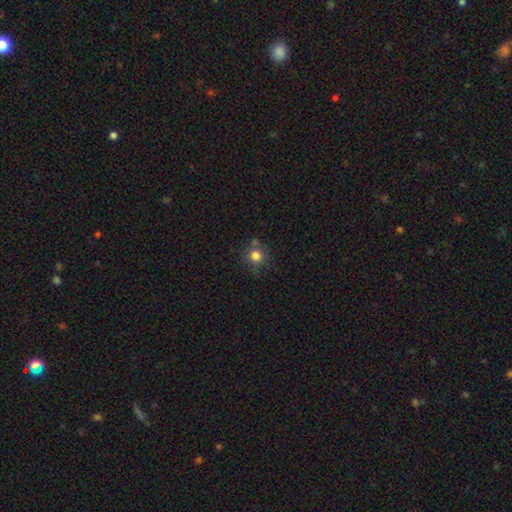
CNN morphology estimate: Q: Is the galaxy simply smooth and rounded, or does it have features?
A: smooth — 80%.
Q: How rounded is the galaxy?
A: round — 90%.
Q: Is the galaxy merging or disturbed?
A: none — 71%.